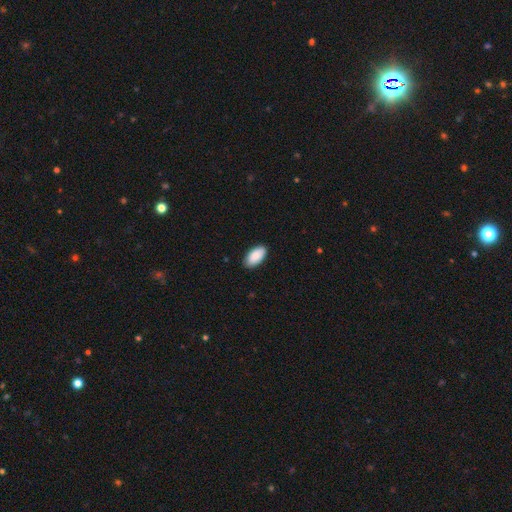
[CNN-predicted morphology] Q: Smooth or featured?
A: smooth (89%); runner-up: star or artifact (6%)
Q: How rounded?
A: in between (96%); runner-up: cigar-shaped (2%)
Q: Merging?
A: none (87%); runner-up: minor disturbance (10%)